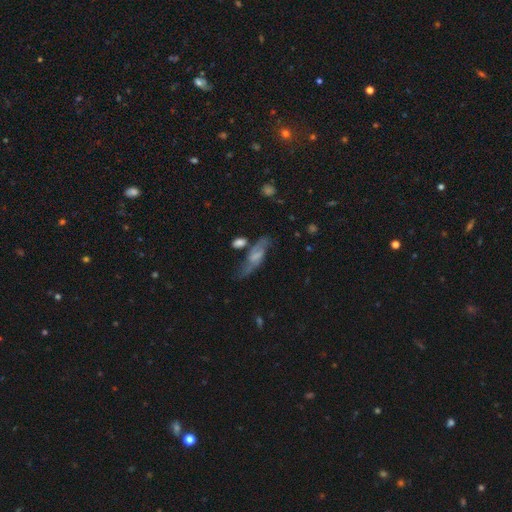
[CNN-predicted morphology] Smooth or featured? featured or disk (53%)
Edge-on disk? no (74%)
Merging? none (51%)